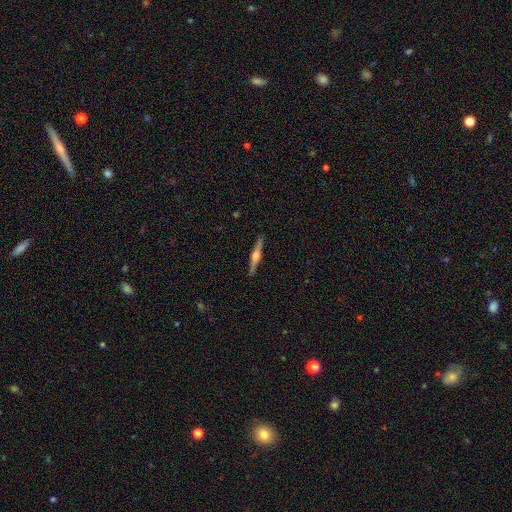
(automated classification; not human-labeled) A featured or disk galaxy (77%) viewed edge-on (98%) with a rounded central bulge (87%). Merging: none (91%).